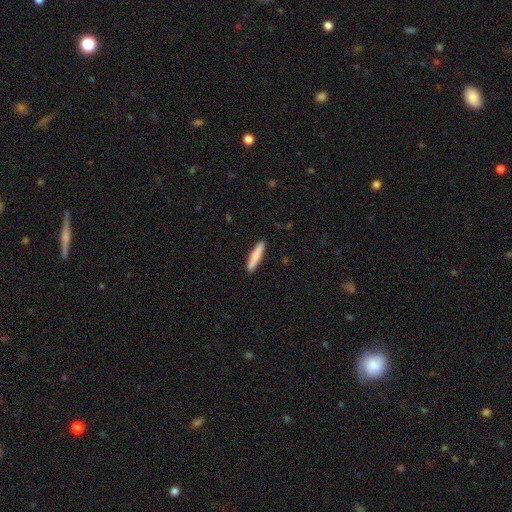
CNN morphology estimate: Q: Smooth or featured?
A: smooth (82%); runner-up: featured or disk (13%)
Q: How rounded?
A: cigar-shaped (90%); runner-up: in between (9%)
Q: Merging?
A: none (90%); runner-up: minor disturbance (7%)